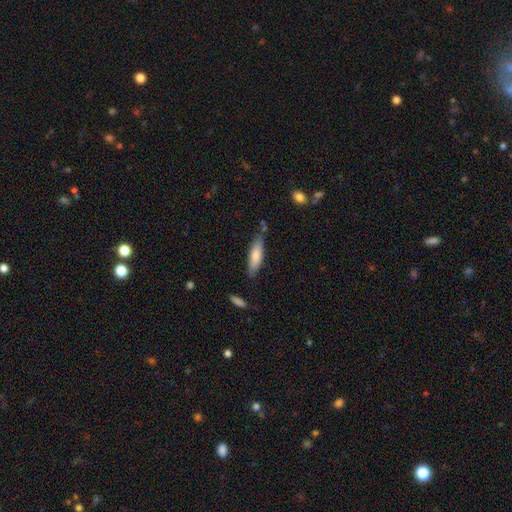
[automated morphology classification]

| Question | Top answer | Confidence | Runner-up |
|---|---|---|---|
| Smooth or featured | smooth | 73% | featured or disk (21%) |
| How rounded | cigar-shaped | 63% | in between (36%) |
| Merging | none | 73% | minor disturbance (19%) |